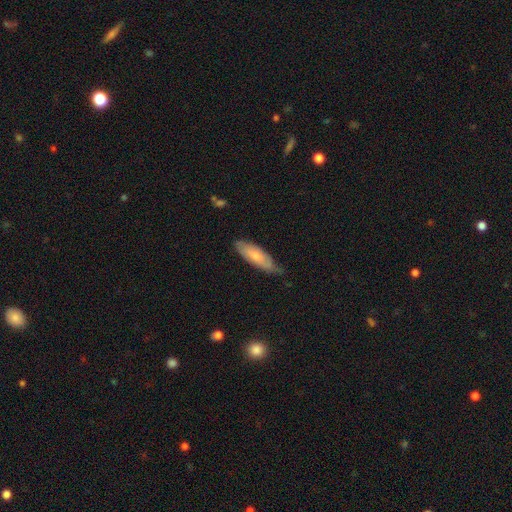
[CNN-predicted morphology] Overall: smooth (67%; featured or disk 28%). How rounded: in between (54%; cigar-shaped 44%). Merging: none (62%; minor disturbance 31%).